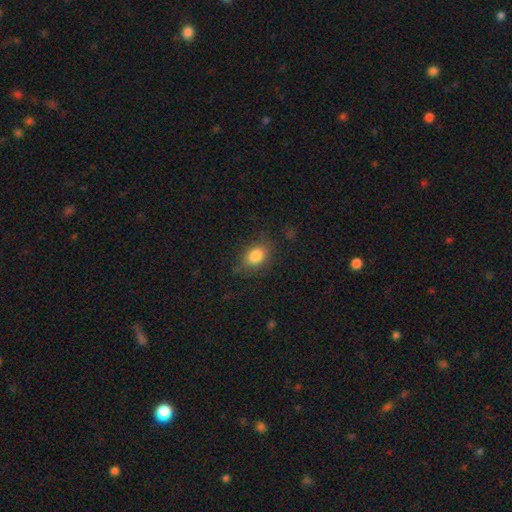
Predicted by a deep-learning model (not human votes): Morphology: type=smooth (83%); roundness=in between (70%); merging=none (74%).